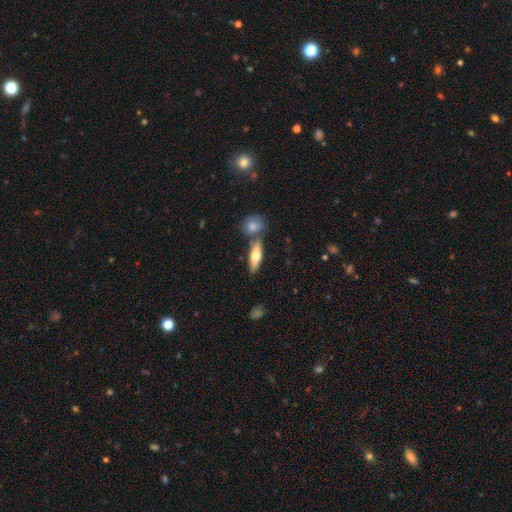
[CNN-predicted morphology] Q: Smooth or featured?
A: smooth (61%); runner-up: featured or disk (33%)
Q: How rounded?
A: in between (49%); runner-up: cigar-shaped (47%)
Q: Merging?
A: none (67%); runner-up: merger (19%)